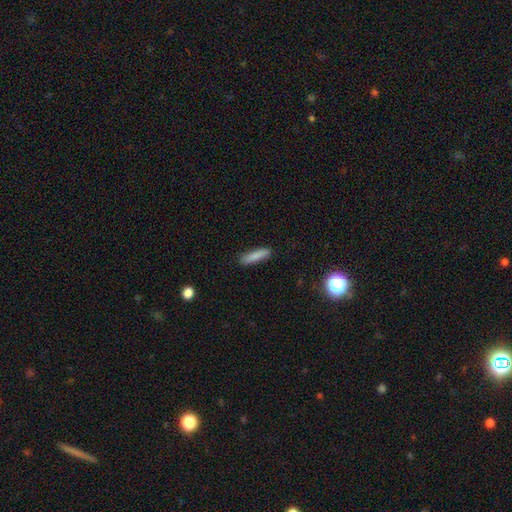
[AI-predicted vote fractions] Overall: smooth (86%). How rounded: cigar-shaped (81%). Merging: none (87%).